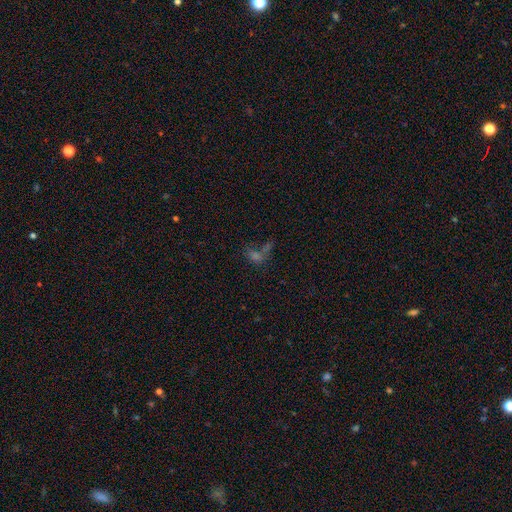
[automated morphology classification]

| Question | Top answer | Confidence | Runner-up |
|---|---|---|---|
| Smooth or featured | smooth | 50% | star or artifact (34%) |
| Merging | none | 41% | merger (36%) |